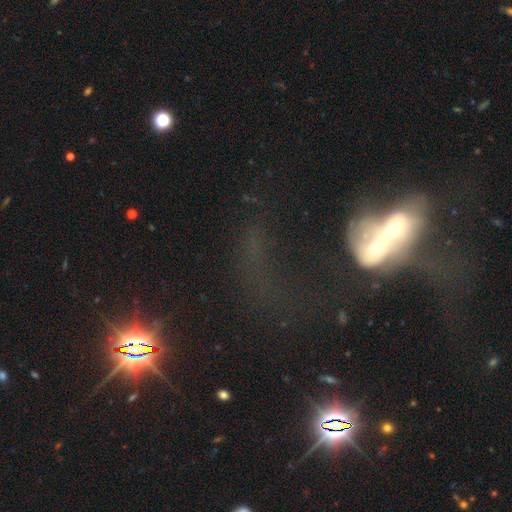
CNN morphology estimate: The model was most divided on "smooth or featured": featured or disk: 44%, smooth: 30%, star or artifact: 26%. More confident: merging — merger (68%).